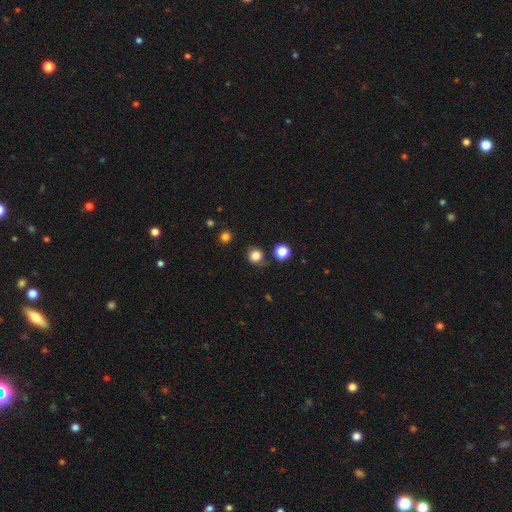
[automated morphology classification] This appears to be a smooth galaxy with no disk features (83%) that is round (90%). Merging: none (80%).